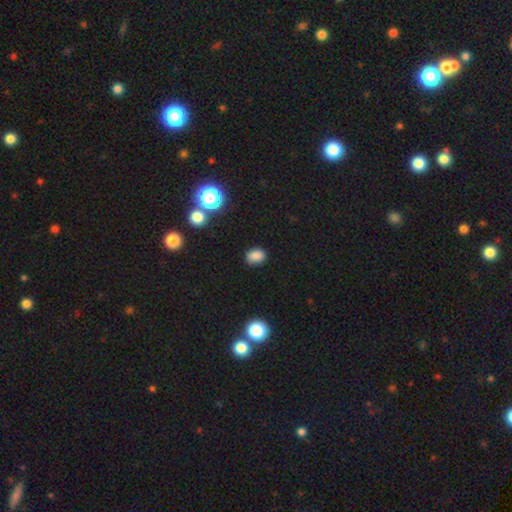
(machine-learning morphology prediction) Smooth or featured? smooth (83%)
How rounded? in between (68%)
Merging? none (84%)